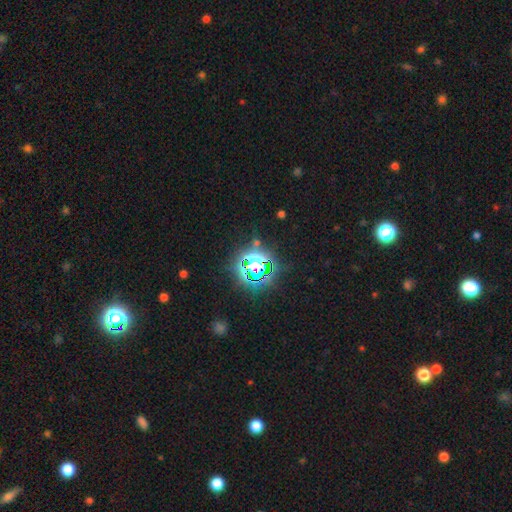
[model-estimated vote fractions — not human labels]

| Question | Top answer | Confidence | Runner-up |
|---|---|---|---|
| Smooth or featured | star or artifact | 78% | smooth (15%) |